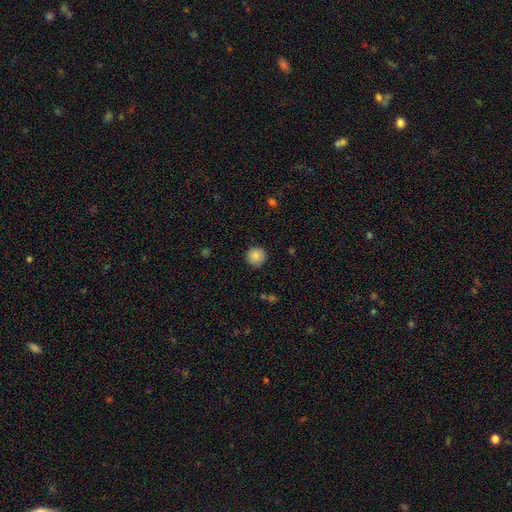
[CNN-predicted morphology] type=smooth (87%); roundness=round (95%); merging=none (89%).